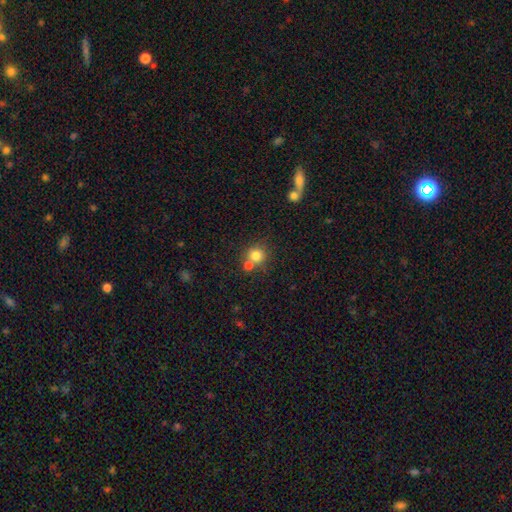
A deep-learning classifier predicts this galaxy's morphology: type=smooth (80%); roundness=round (90%); merging=none (55%).